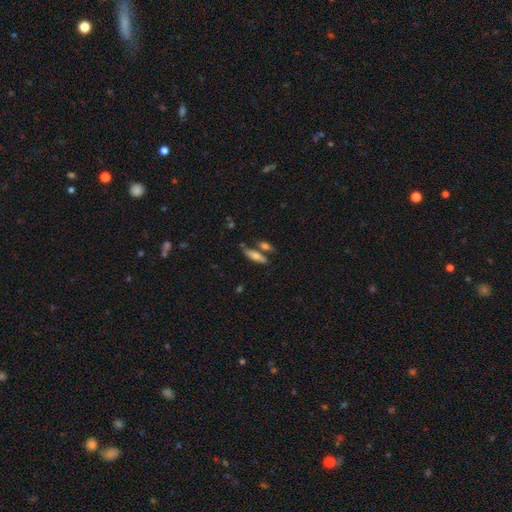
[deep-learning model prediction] A smooth galaxy with no disk features (66%) that is cigar-shaped (52%).

Vote fractions:
- Smooth or featured? smooth: 66% / featured or disk: 27% / star or artifact: 7%
- How rounded? cigar-shaped: 52% / in between: 46% / round: 3%
- Merging? none: 64% / merger: 20% / minor disturbance: 12% / major disturbance: 4%